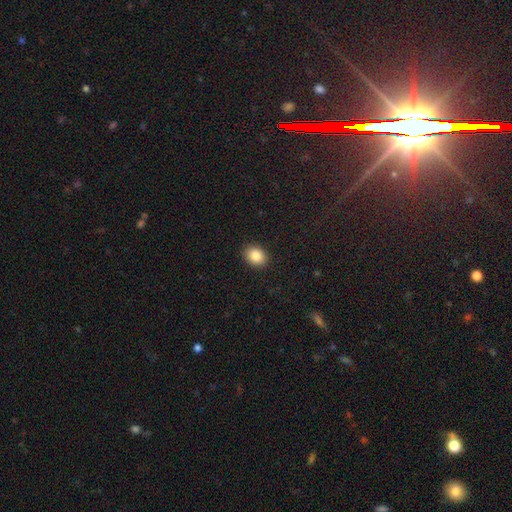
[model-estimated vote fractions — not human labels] This appears to be a smooth galaxy with no disk features (86%) that is in between round and cigar-shaped (62%). Merging: none (90%).